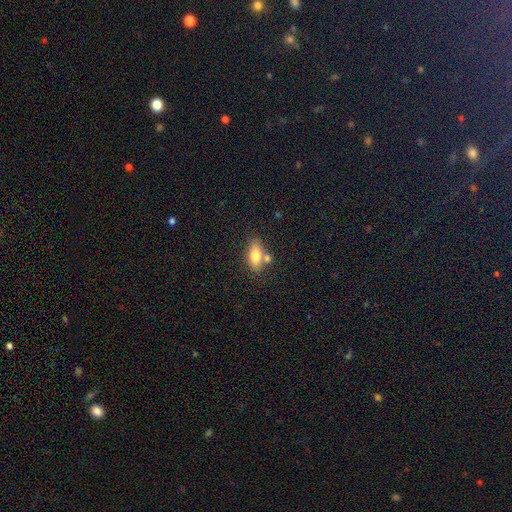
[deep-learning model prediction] smooth 73%, featured or disk 19%, star or artifact 8%. Down the decision tree: how rounded — in between (81%); merging — none (62%).